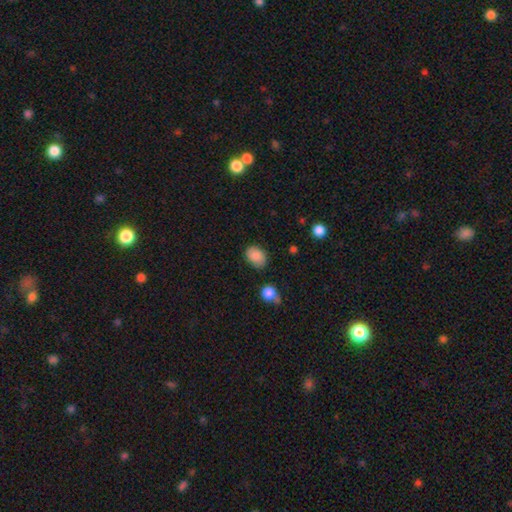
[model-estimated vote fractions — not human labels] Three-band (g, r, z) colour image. It shows a smooth galaxy with no disk features (86%) that is in between round and cigar-shaped (69%). Merging: none (78%).